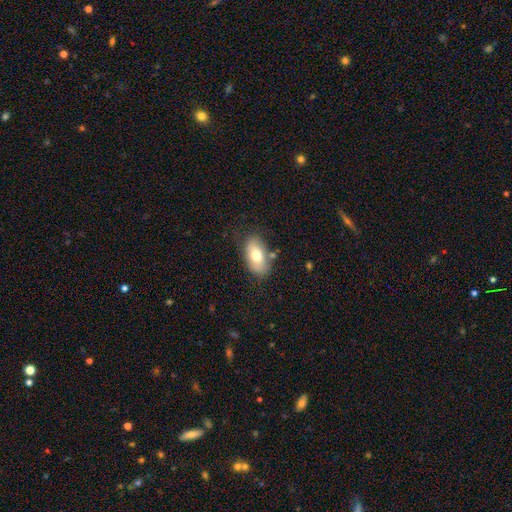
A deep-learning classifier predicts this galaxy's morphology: Smooth or featured?
  - smooth: 71% *
  - featured or disk: 22%
  - star or artifact: 7%
How rounded?
  - in between: 92% *
  - round: 6%
  - cigar-shaped: 3%
Merging?
  - none: 72% *
  - minor disturbance: 18%
  - merger: 5%
  - major disturbance: 5%